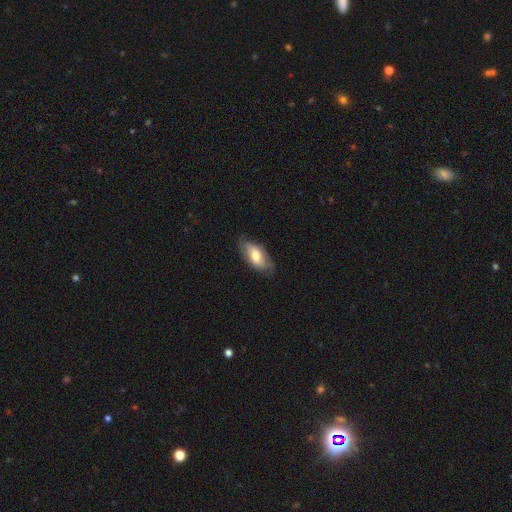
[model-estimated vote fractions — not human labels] Smooth or featured? smooth (63%)
How rounded? in between (91%)
Merging? none (74%)